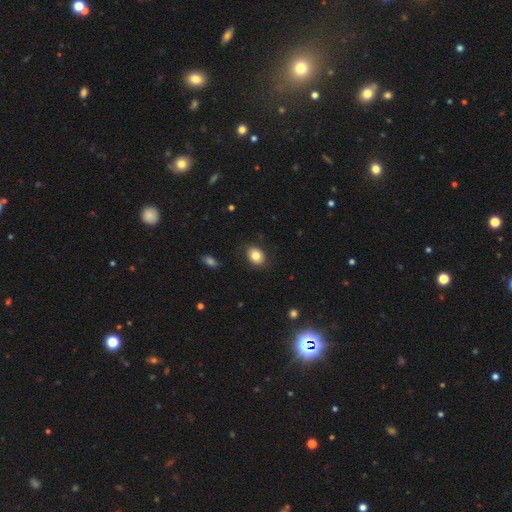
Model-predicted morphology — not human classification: smooth 82%, featured or disk 9%, star or artifact 9%. Down the decision tree: how rounded — in between (58%); merging — none (85%).